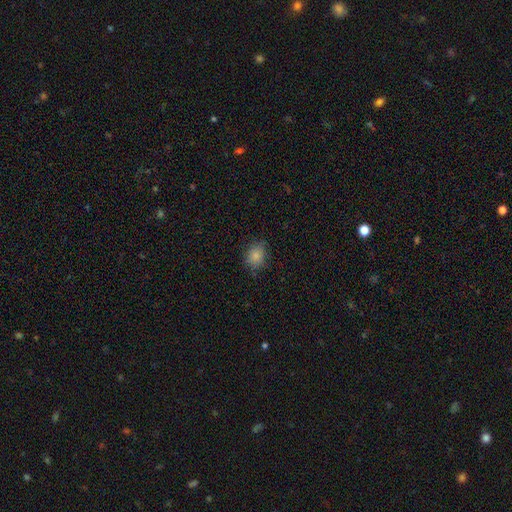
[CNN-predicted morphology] A smooth galaxy with no disk features (85%) that is round (57%).

Vote fractions:
- Smooth or featured? smooth: 85% / star or artifact: 10% / featured or disk: 5%
- How rounded? round: 57% / in between: 42% / cigar-shaped: 1%
- Merging? none: 78% / minor disturbance: 17% / major disturbance: 4% / merger: 1%